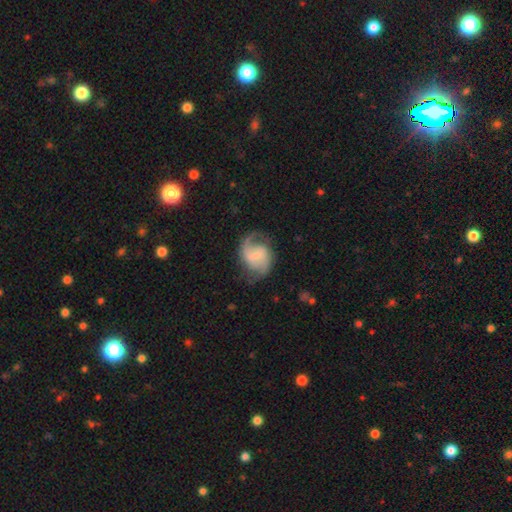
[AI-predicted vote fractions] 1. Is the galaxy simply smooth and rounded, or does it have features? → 81% featured or disk, 13% smooth, 6% star or artifact.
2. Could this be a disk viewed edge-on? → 98% no, 2% yes.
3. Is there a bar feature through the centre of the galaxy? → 54% weak, 27% no, 18% strong.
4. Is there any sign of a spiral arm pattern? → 95% yes, 5% no.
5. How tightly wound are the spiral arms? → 48% medium, 39% loose, 13% tight.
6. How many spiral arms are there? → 82% 2, 12% 1, 4% can't tell, 1% 3, 1% 4, 1% more than 4.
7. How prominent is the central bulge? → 42% small, 27% none, 23% moderate, 6% large, 2% dominant.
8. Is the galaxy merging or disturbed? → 68% none, 18% minor disturbance, 13% major disturbance, 2% merger.